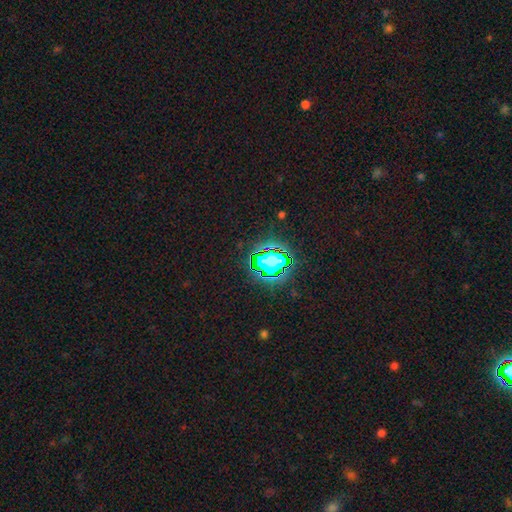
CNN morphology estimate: type=star or artifact (80%).